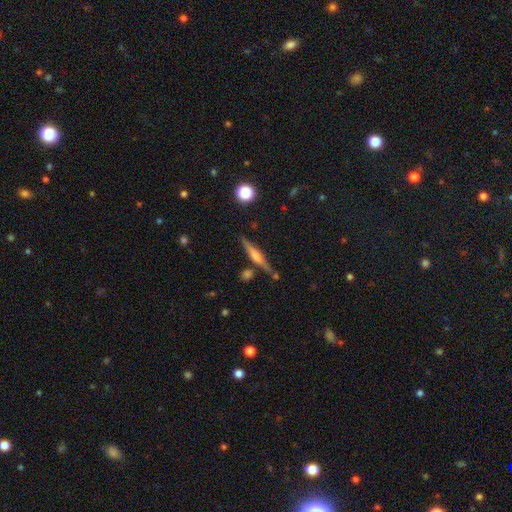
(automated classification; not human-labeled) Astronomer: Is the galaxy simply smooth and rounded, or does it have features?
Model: featured or disk — 68%.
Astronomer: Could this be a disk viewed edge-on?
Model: yes — 97%.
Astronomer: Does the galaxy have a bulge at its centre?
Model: rounded — 70%.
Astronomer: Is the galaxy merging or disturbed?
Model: none — 82%.